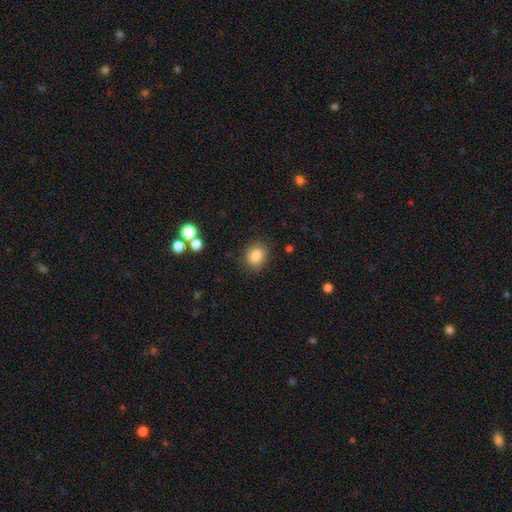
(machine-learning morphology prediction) A smooth galaxy with no disk features (83%) that is round (56%). Merging: none (84%).